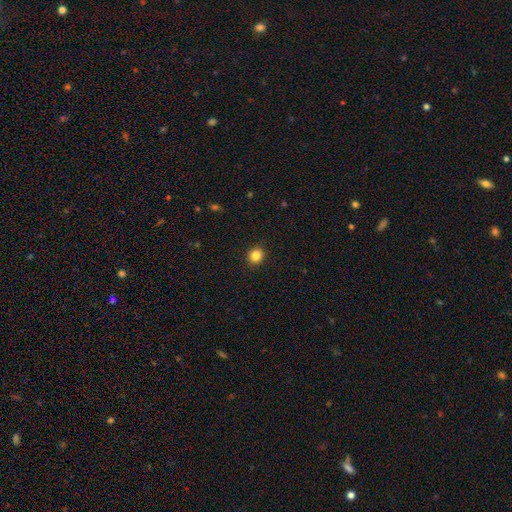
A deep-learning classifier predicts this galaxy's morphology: Smooth or featured? Predicted: smooth (p=0.84). How rounded? Predicted: round (p=0.83). Merging? Predicted: none (p=0.92).